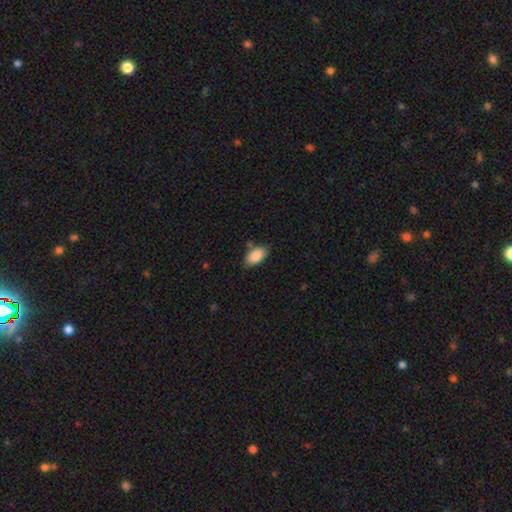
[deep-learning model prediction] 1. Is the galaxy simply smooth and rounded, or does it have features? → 89% smooth, 7% star or artifact, 4% featured or disk.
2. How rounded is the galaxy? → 94% in between, 4% round, 2% cigar-shaped.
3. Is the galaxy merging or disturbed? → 76% none, 16% minor disturbance, 4% merger, 3% major disturbance.